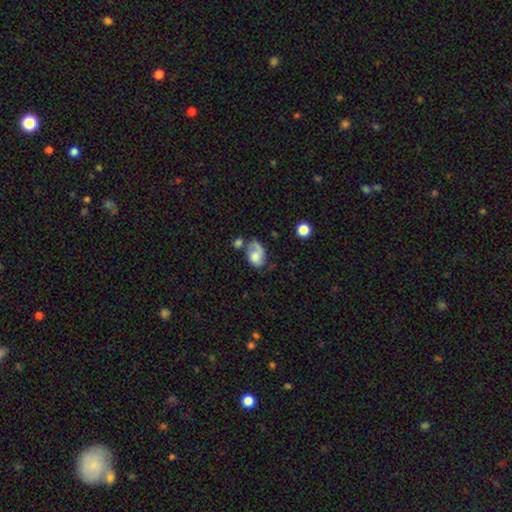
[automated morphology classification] Q: Smooth or featured?
A: smooth (55%); runner-up: featured or disk (37%)
Q: How rounded?
A: in between (79%); runner-up: round (20%)
Q: Merging?
A: none (30%); runner-up: major disturbance (26%)